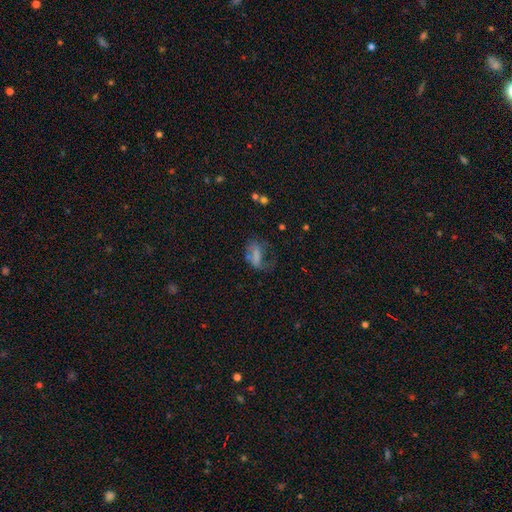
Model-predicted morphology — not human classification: Smooth or featured? smooth (53%)
How rounded? in between (81%)
Merging? major disturbance (47%)